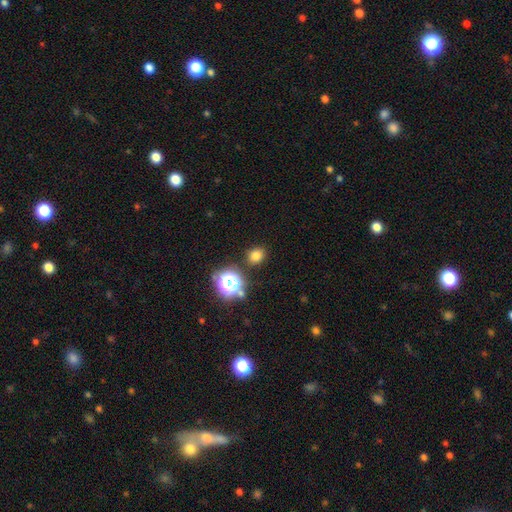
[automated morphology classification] Smooth or featured? smooth (74%)
How rounded? round (66%)
Merging? none (84%)